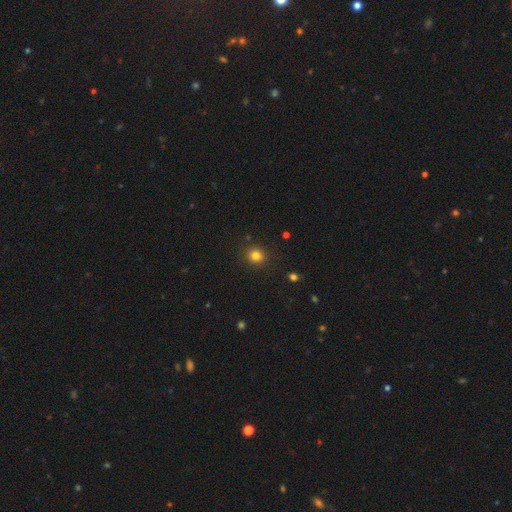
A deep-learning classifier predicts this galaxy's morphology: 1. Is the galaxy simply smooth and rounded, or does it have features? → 81% smooth, 13% star or artifact, 6% featured or disk.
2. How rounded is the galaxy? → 88% round, 11% in between, 1% cigar-shaped.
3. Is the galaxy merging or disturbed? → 90% none, 7% minor disturbance, 2% major disturbance, 1% merger.